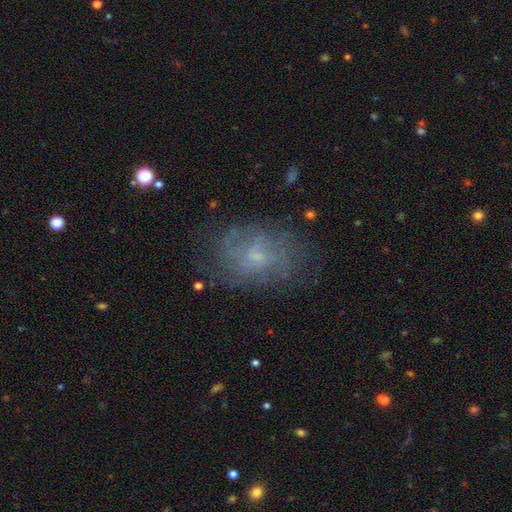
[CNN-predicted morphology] A featured or disk galaxy (59%) with no bar (63%), spiral arms (69%) and a small central bulge (66%). Merging: none (67%).